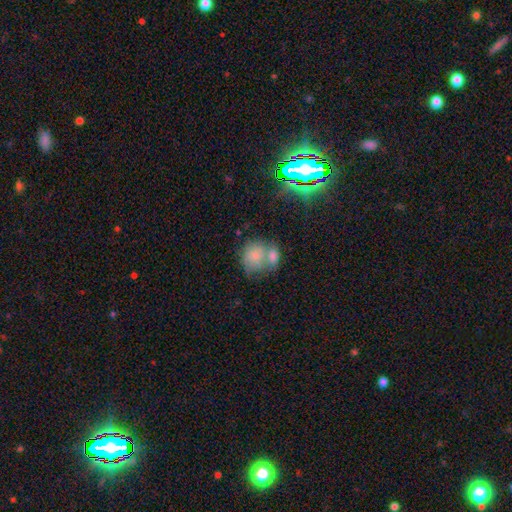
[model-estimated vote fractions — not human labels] Smooth or featured?
  - smooth: 66% *
  - featured or disk: 24%
  - star or artifact: 9%
How rounded?
  - round: 67% *
  - in between: 32%
  - cigar-shaped: 1%
Merging?
  - merger: 52% *
  - none: 26%
  - minor disturbance: 13%
  - major disturbance: 9%